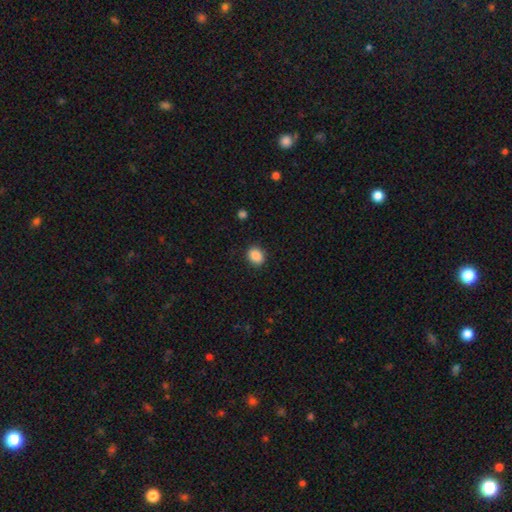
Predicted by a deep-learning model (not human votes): Smooth or featured? smooth (88%)
How rounded? in between (57%)
Merging? none (87%)